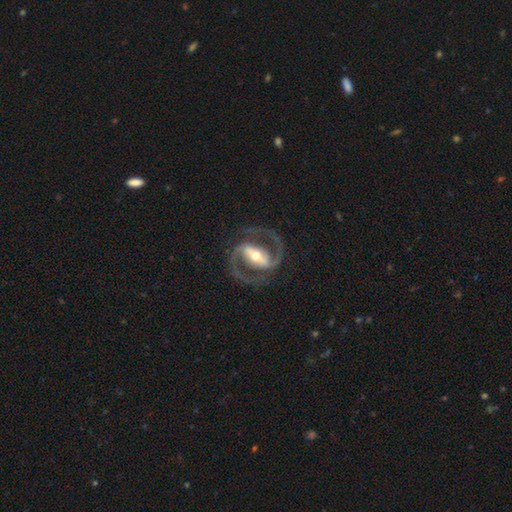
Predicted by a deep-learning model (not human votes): Smooth or featured: featured or disk — 93% (star or artifact — 4%)
Edge-on disk: no — 97% (yes — 3%)
Bar: strong — 68% (weak — 23%)
Spiral arms: yes — 98% (no — 2%)
Spiral winding: medium — 65% (tight — 22%)
Spiral arm count: 2 — 94% (can't tell — 1%)
Bulge size: moderate — 64% (small — 26%)
Merging: none — 83% (minor disturbance — 10%)